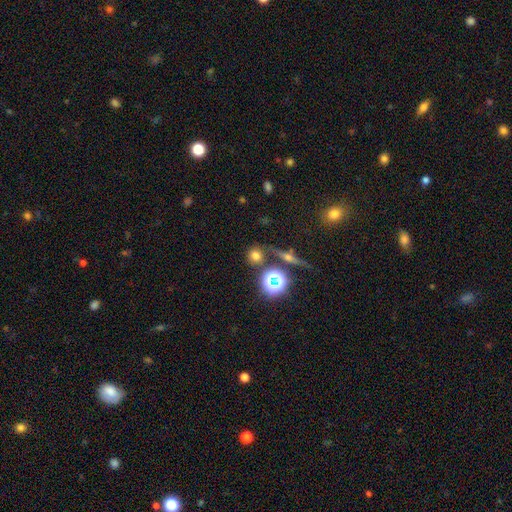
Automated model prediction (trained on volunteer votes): This is likely a smooth galaxy (65%). How rounded: clearly round (90%). Merging: likely none (79%).